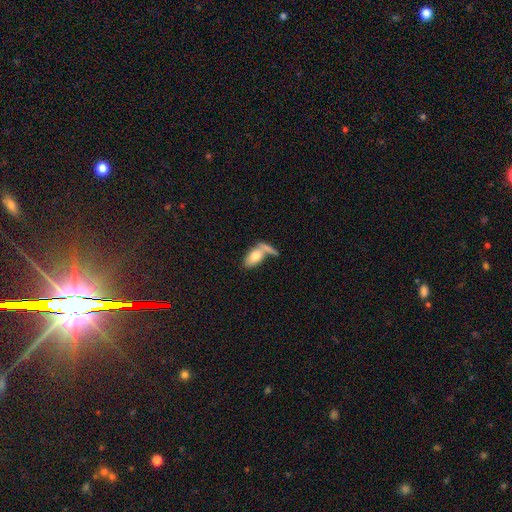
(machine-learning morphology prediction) Smooth or featured? smooth (73%)
How rounded? in between (88%)
Merging? merger (43%)